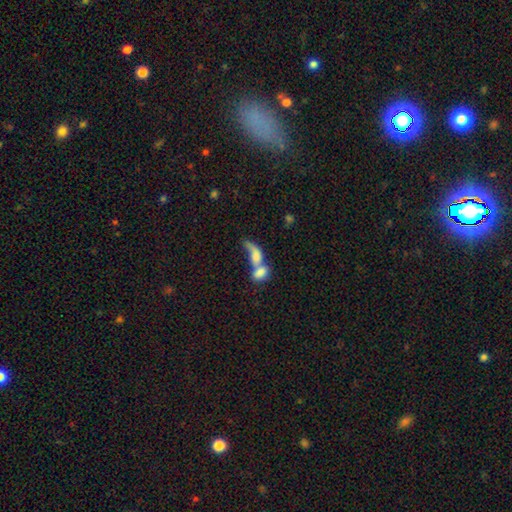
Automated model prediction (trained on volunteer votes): This is likely a smooth galaxy (63%). How rounded: likely in between (75%). Merging: likely merger (77%).